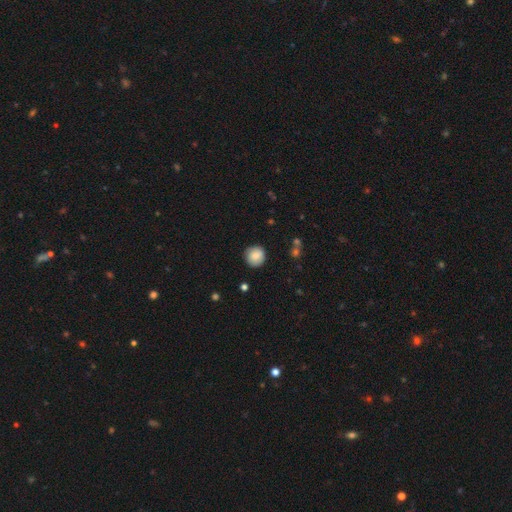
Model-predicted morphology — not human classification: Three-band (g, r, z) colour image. It shows a smooth galaxy with no disk features (84%) that is round (93%). Merging: none (87%).